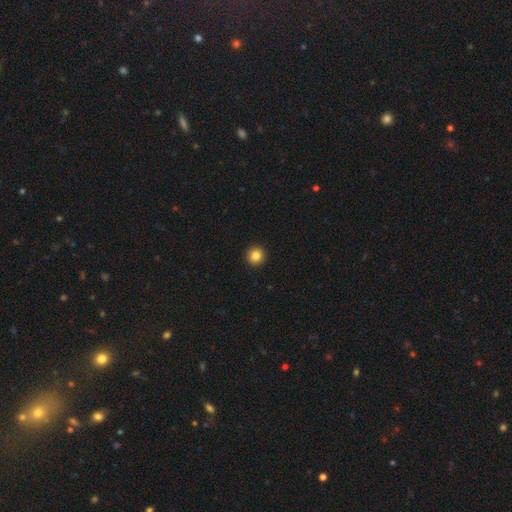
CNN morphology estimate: type=smooth (84%); roundness=round (94%); merging=none (94%).